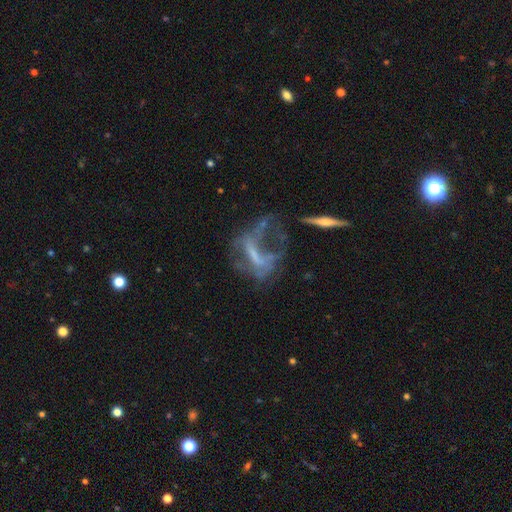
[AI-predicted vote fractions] A featured or disk galaxy (65%) with no bar (50%), no spiral arms (69%) and no central bulge (58%). Merging: major disturbance (49%).